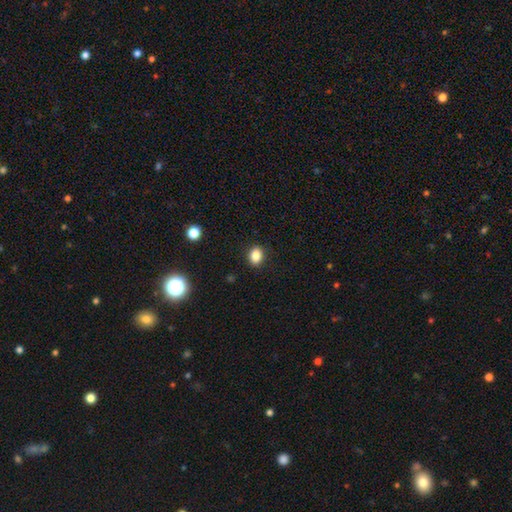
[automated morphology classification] Overall: smooth (84%). How rounded: in between (56%; round 43%). Merging: none (89%).